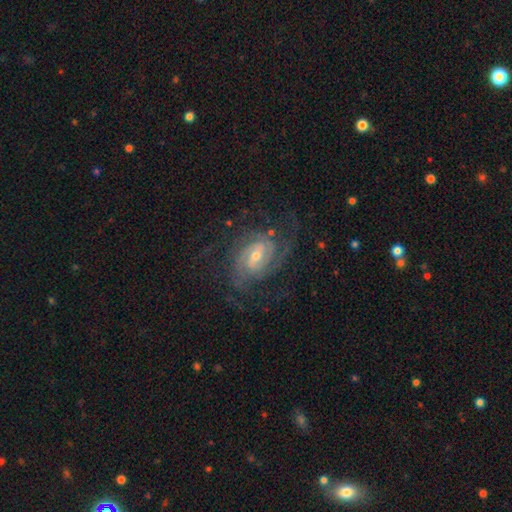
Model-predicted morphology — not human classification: Smooth or featured?
  - featured or disk: 89% *
  - star or artifact: 5%
  - smooth: 5%
Edge-on disk?
  - no: 97% *
  - yes: 3%
Bar?
  - weak: 51% *
  - no: 27%
  - strong: 23%
Spiral arms?
  - yes: 97% *
  - no: 3%
Spiral winding?
  - tight: 53% *
  - medium: 38%
  - loose: 9%
Spiral arm count?
  - 2: 40% *
  - 3: 21%
  - can't tell: 19%
  - 4: 10%
  - 1: 5%
  - more than 4: 5%
Bulge size?
  - small: 50% *
  - moderate: 45%
  - large: 2%
  - none: 1%
  - dominant: 1%
Merging?
  - none: 71% *
  - minor disturbance: 16%
  - major disturbance: 12%
  - merger: 1%